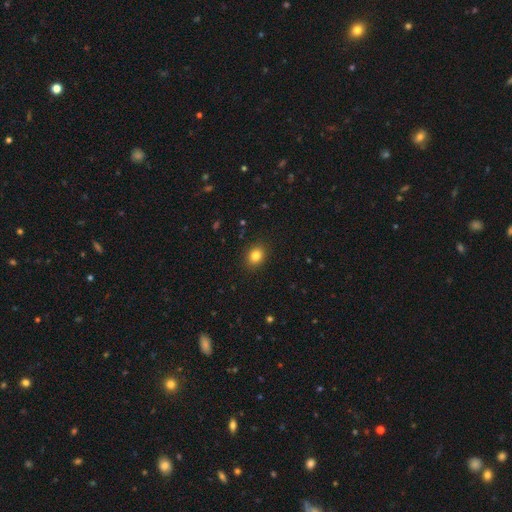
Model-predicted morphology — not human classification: Smooth or featured?
  - smooth: 83% *
  - star or artifact: 11%
  - featured or disk: 6%
How rounded?
  - in between: 51% *
  - round: 48%
  - cigar-shaped: 1%
Merging?
  - none: 89% *
  - minor disturbance: 8%
  - major disturbance: 2%
  - merger: 1%